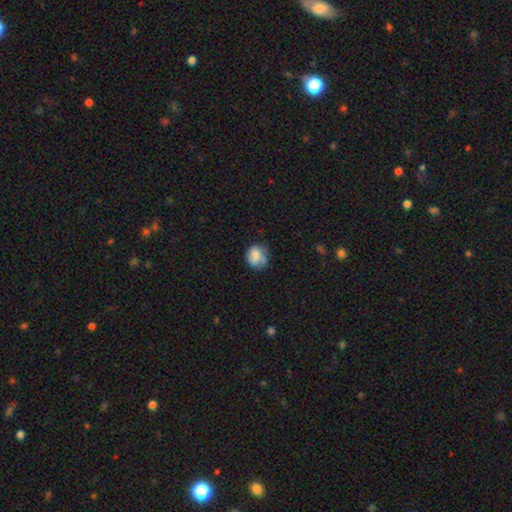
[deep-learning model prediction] Morphology: type=smooth (75%); roundness=round (74%); merging=none (58%).